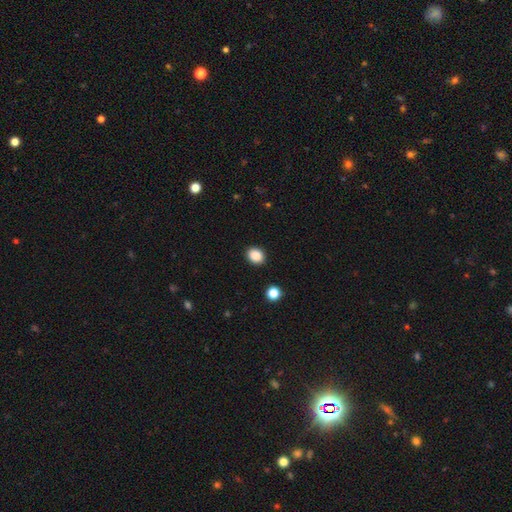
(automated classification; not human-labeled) smooth-or-featured: smooth: 87% | star or artifact: 10% | featured or disk: 3%
  how-rounded: round: 59% | in between: 40% | cigar-shaped: 1%
  merging: none: 90% | minor disturbance: 7% | major disturbance: 2% | merger: 1%